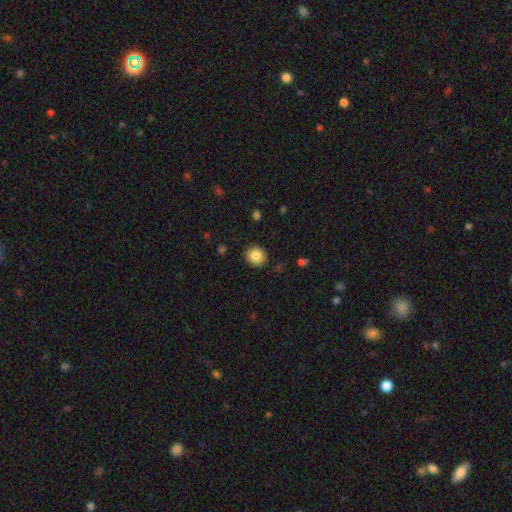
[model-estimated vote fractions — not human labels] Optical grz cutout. It shows a smooth galaxy with no disk features (85%) that is round (87%). Merging: none (90%).